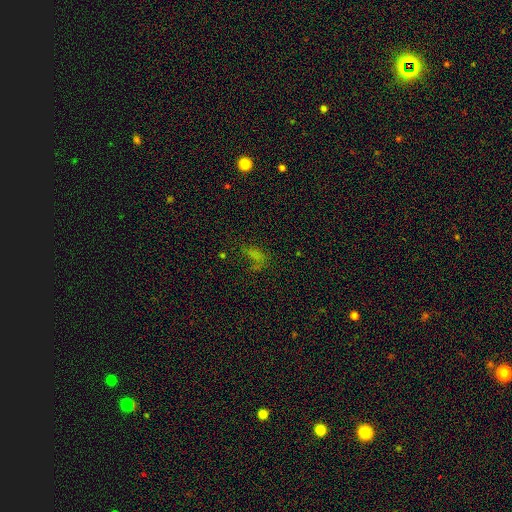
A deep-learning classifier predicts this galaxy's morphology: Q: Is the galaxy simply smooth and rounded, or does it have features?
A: smooth — 50%.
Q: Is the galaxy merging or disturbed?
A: none — 40%.